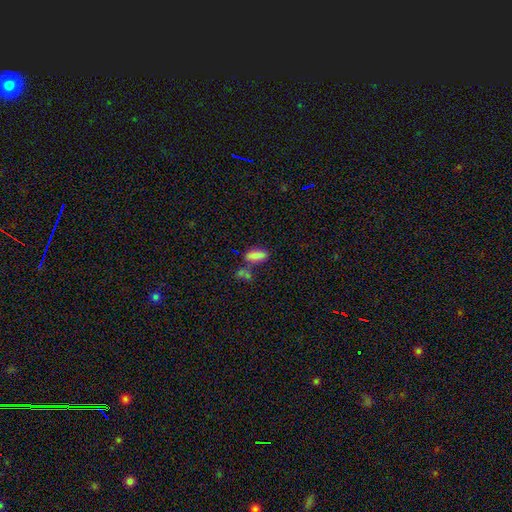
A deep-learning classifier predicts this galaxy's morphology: Smooth or featured: smooth — 83% (star or artifact — 10%)
How rounded: in between — 75% (cigar-shaped — 22%)
Merging: none — 51% (merger — 27%)